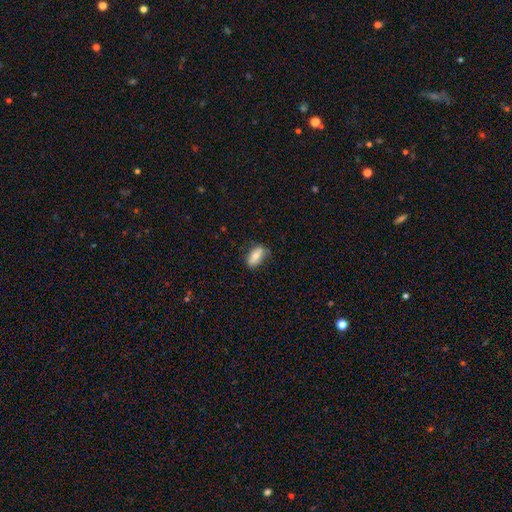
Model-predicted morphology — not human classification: smooth_or_featured: smooth (p=0.68) [alt: featured or disk p=0.25]
how_rounded: in between (p=0.89) [alt: round p=0.06]
merging: none (p=0.70) [alt: minor disturbance p=0.23]